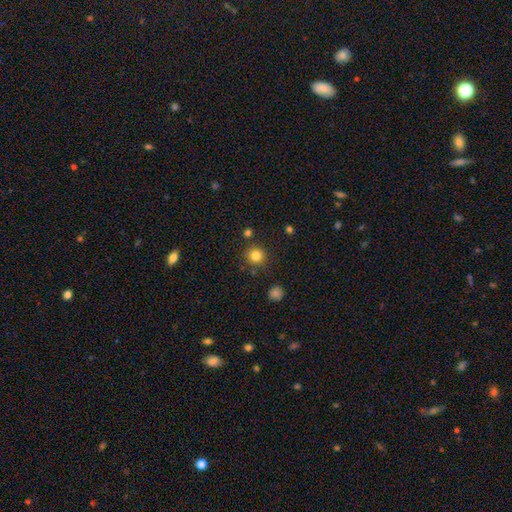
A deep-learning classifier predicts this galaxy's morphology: Smooth or featured? smooth (82%)
How rounded? round (92%)
Merging? none (85%)